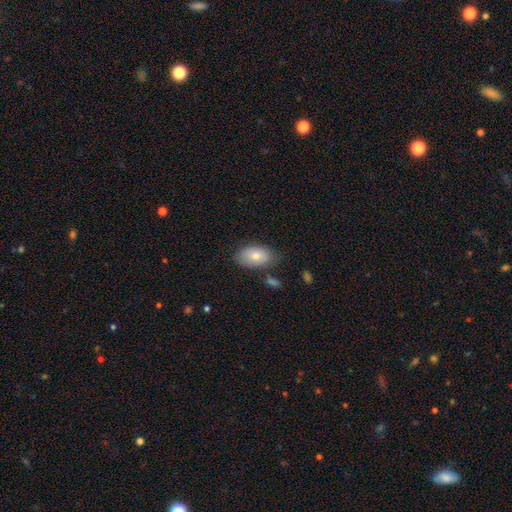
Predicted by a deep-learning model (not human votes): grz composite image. It shows a smooth galaxy with no disk features (75%) that is in between round and cigar-shaped (93%). Merging: none (76%).